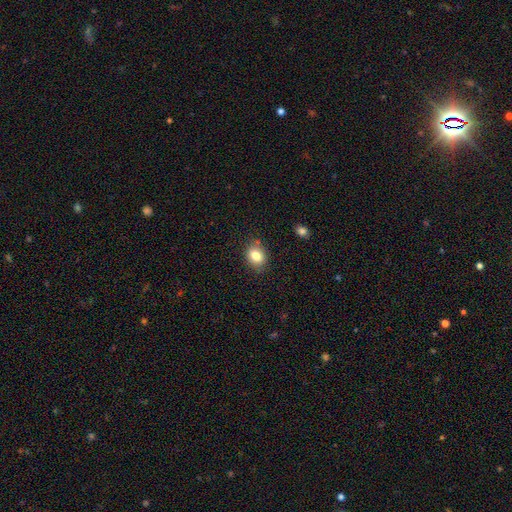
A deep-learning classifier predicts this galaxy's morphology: type=smooth (82%); roundness=in between (56%); merging=none (80%).